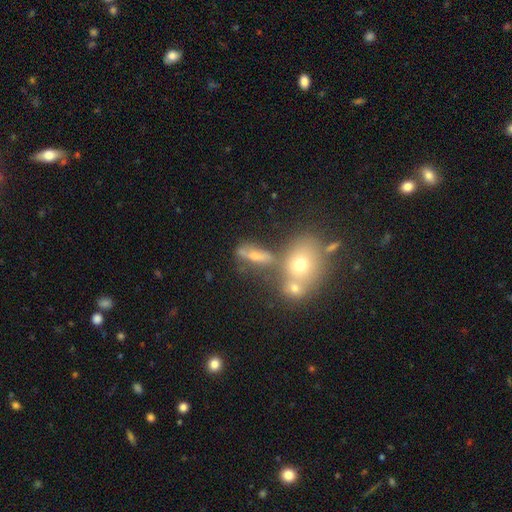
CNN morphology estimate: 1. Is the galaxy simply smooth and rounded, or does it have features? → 53% smooth, 32% featured or disk, 15% star or artifact.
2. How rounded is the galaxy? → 52% in between, 26% cigar-shaped, 22% round.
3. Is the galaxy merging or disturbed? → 46% none, 29% merger, 15% minor disturbance, 9% major disturbance.